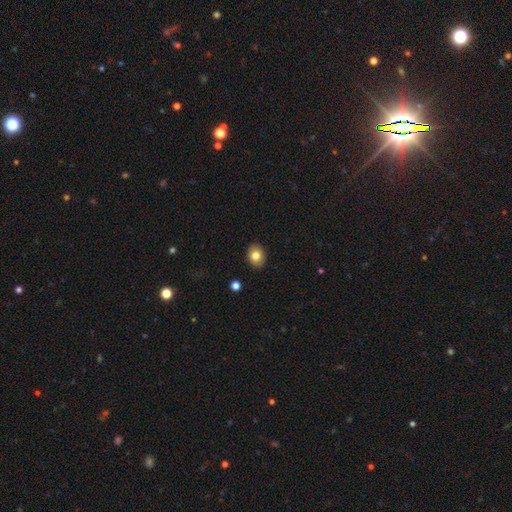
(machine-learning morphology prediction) Smooth or featured: smooth — 81% (featured or disk — 10%)
How rounded: in between — 54% (round — 45%)
Merging: none — 90% (minor disturbance — 7%)